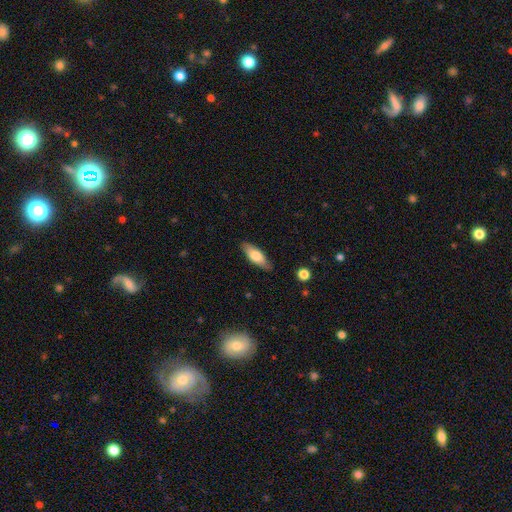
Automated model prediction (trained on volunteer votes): A smooth galaxy with no disk features (71%) that is in between round and cigar-shaped (69%). Merging: none (82%).